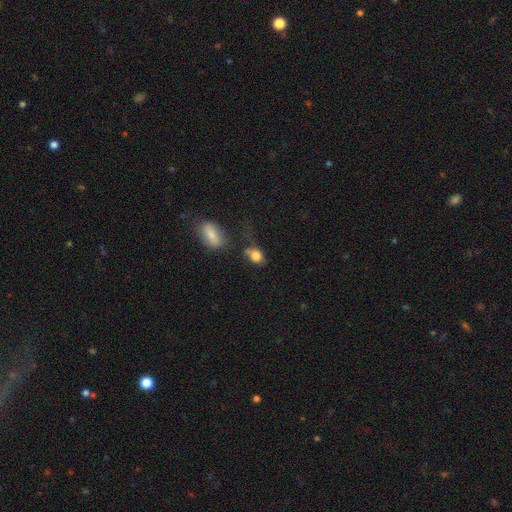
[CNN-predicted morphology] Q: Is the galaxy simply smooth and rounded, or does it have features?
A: smooth — 81%.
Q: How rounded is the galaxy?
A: in between — 62%.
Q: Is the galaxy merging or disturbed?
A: none — 46%.